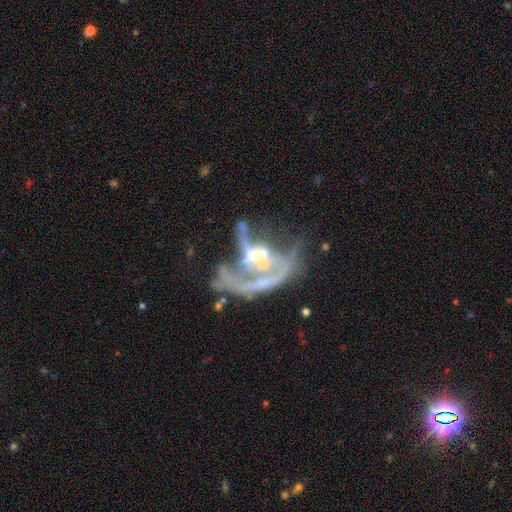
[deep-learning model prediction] Overall: featured or disk (76%). Edge-on disk: no (96%). Bar: no (73%). Spiral arms: no (54%; yes 46%). Bulge size: moderate (35%; small 30%). Merging: merger (42%; major disturbance 35%).